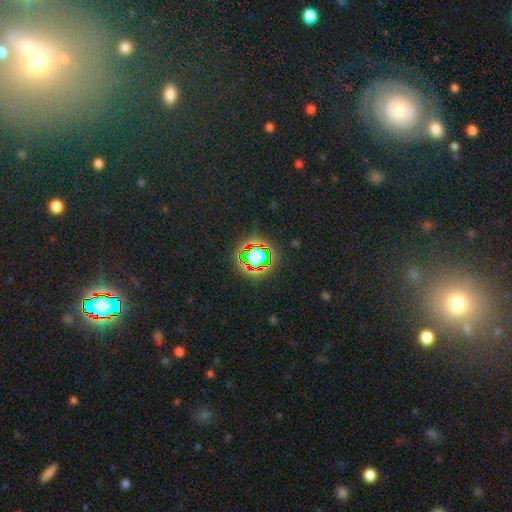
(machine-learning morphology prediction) The model was most divided on "smooth or featured": star or artifact: 65%, smooth: 22%, featured or disk: 12%.